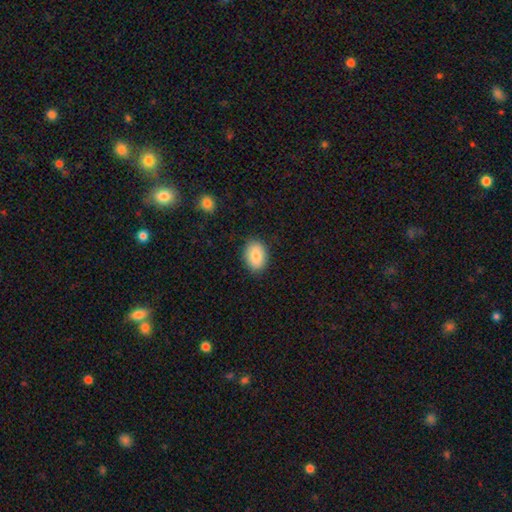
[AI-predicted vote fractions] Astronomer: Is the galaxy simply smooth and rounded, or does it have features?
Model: smooth — 85%.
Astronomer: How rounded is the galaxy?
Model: in between — 77%.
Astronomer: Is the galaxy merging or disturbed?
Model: none — 87%.